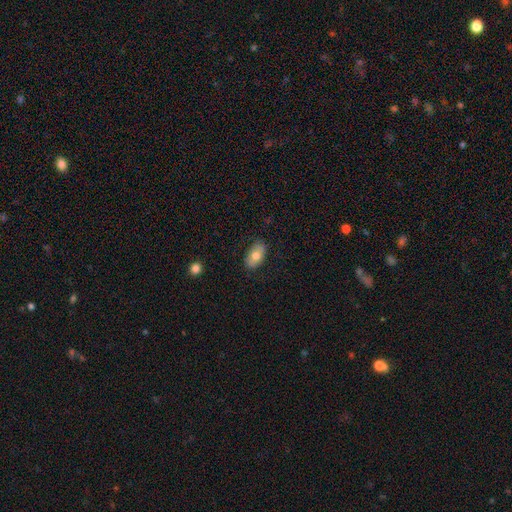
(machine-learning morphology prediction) Smooth or featured: smooth — 74% (featured or disk — 19%)
How rounded: in between — 92% (round — 5%)
Merging: none — 84% (minor disturbance — 13%)